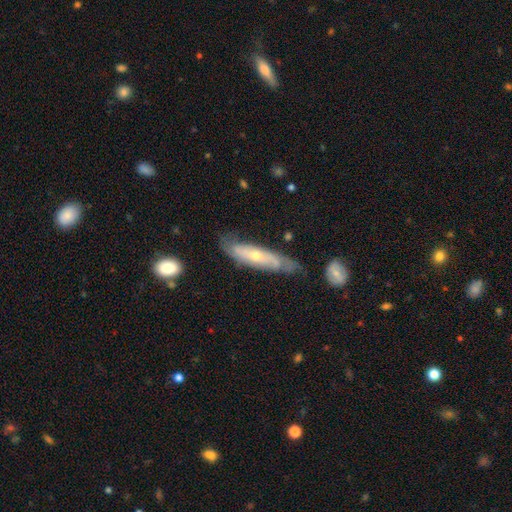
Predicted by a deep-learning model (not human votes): A featured or disk galaxy (64%). Merging: none (62%).